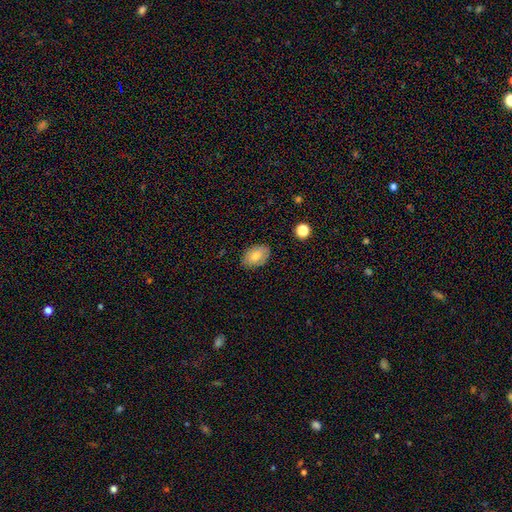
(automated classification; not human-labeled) Overall: smooth (71%). How rounded: in between (84%). Merging: none (83%).